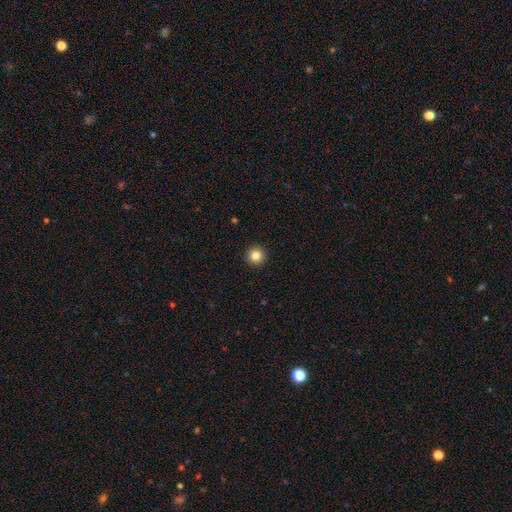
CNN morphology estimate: Smooth or featured? Predicted: smooth (p=0.83). How rounded? Predicted: round (p=0.96). Merging? Predicted: none (p=0.94).